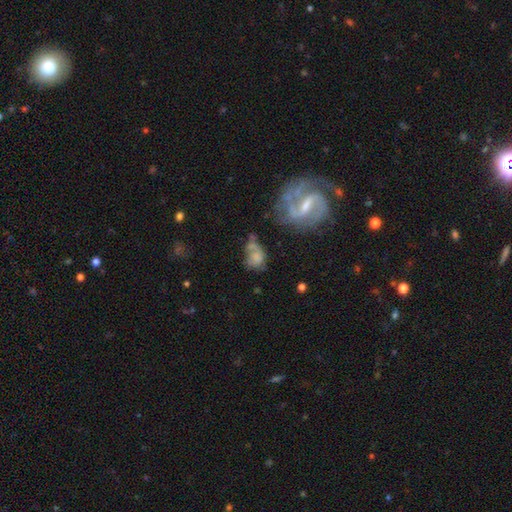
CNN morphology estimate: smooth_or_featured: smooth (p=0.53) [alt: featured or disk p=0.34]
how_rounded: in between (p=0.65) [alt: round p=0.32]
merging: none (p=0.29) [alt: major disturbance p=0.26]